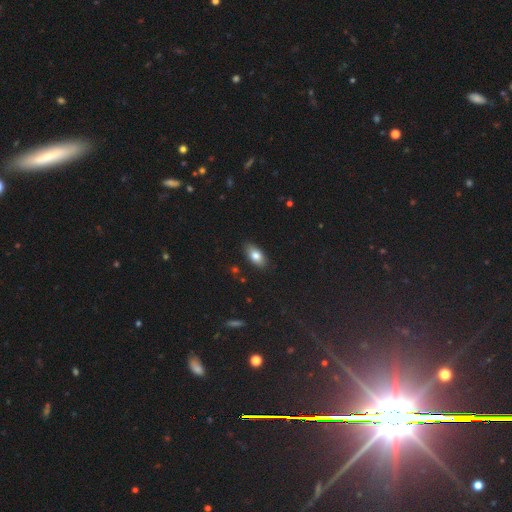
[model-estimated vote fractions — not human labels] Smooth or featured? Predicted: smooth (p=0.79). How rounded? Predicted: in between (p=0.90). Merging? Predicted: none (p=0.86).